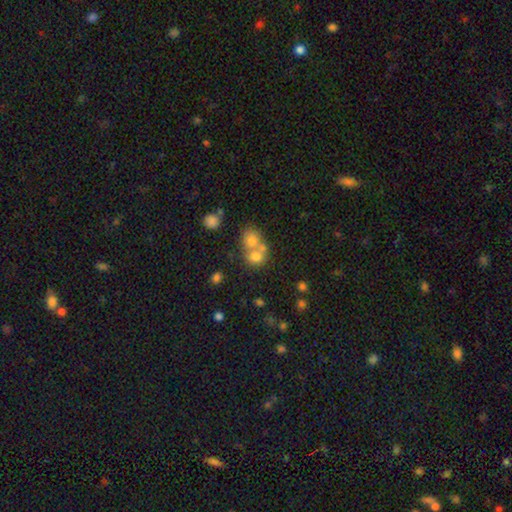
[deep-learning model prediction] A smooth galaxy with no disk features (69%) that is round (71%).

Vote fractions:
- Smooth or featured? smooth: 69% / featured or disk: 17% / star or artifact: 14%
- How rounded? round: 71% / in between: 28% / cigar-shaped: 1%
- Merging? merger: 61% / none: 30% / minor disturbance: 6% / major disturbance: 3%